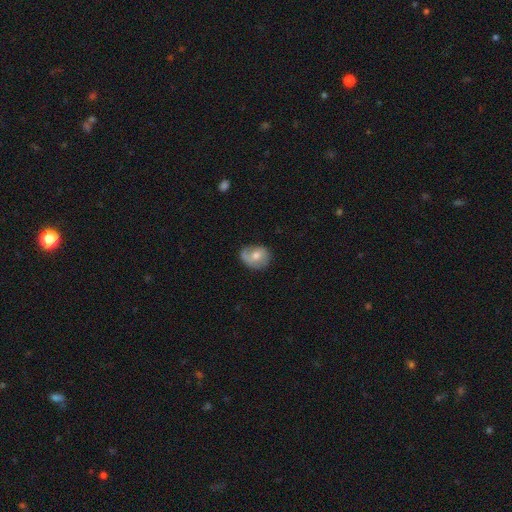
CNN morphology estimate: Q: Smooth or featured?
A: smooth (54%); runner-up: featured or disk (38%)
Q: How rounded?
A: round (53%); runner-up: in between (46%)
Q: Merging?
A: none (57%); runner-up: minor disturbance (29%)